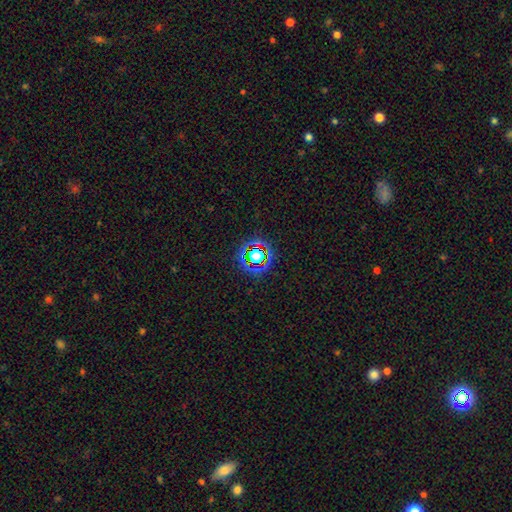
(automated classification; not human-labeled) Morphology: type=star or artifact (62%).